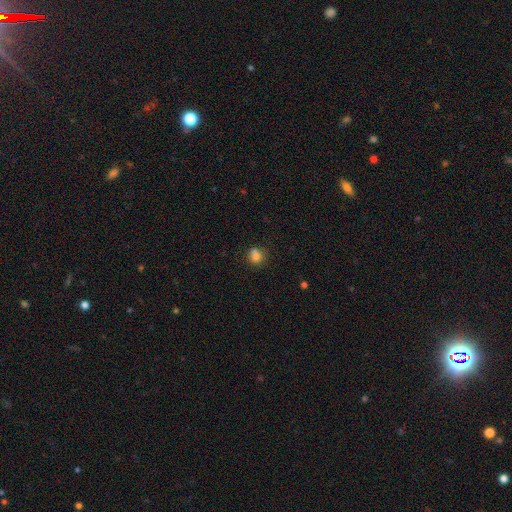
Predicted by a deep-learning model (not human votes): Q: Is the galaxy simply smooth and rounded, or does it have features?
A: smooth — 77%.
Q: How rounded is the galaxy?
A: round — 77%.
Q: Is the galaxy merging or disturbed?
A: none — 54%.